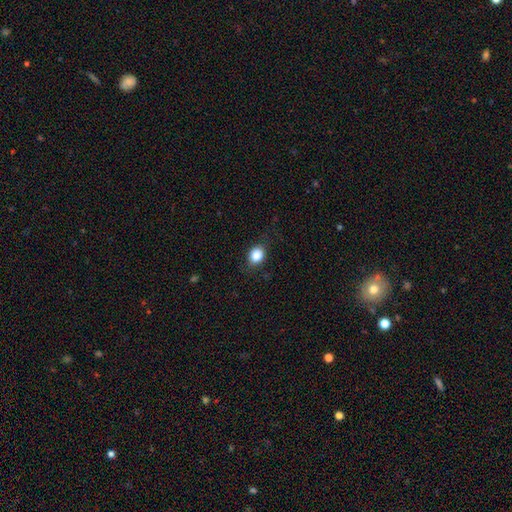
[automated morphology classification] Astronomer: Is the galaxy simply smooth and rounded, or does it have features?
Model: smooth — 85%.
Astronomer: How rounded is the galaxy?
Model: round — 55% (runner-up: in between, 44%).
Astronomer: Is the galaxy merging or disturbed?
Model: none — 83%.